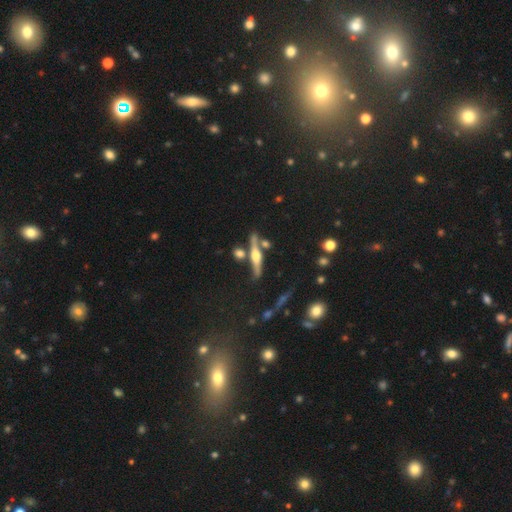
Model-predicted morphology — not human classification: Q: Smooth or featured?
A: featured or disk (75%); runner-up: smooth (18%)
Q: Edge-on disk?
A: yes (96%); runner-up: no (4%)
Q: Edge-on bulge?
A: rounded (92%); runner-up: boxy (5%)
Q: Merging?
A: none (72%); runner-up: merger (12%)